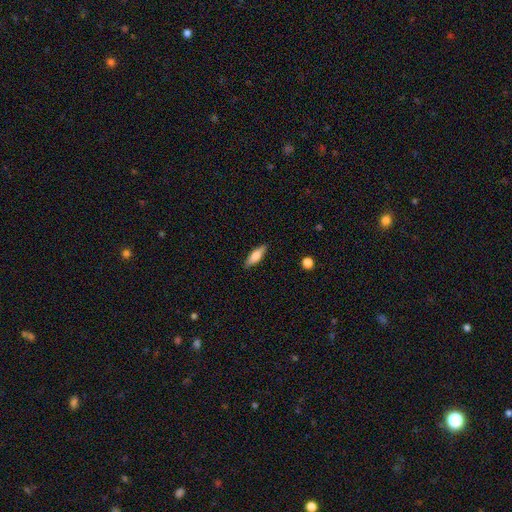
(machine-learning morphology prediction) A smooth galaxy with no disk features (73%) that is in between round and cigar-shaped (49%, tied with cigar-shaped).

Vote fractions:
- Smooth or featured? smooth: 73% / featured or disk: 20% / star or artifact: 6%
- How rounded? in between: 49% (tied) / cigar-shaped: 49% (tied) / round: 2%
- Merging? none: 86% / minor disturbance: 10% / major disturbance: 2% / merger: 1%